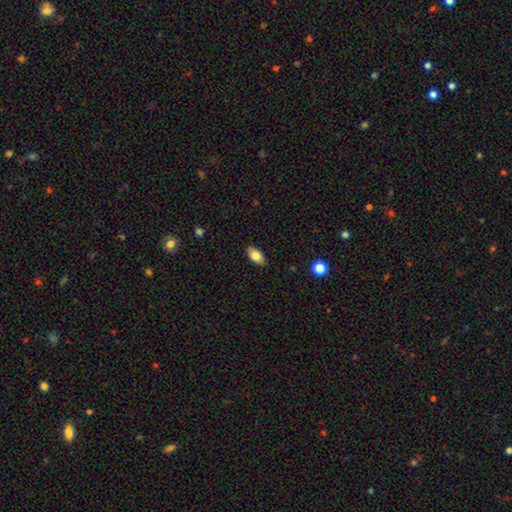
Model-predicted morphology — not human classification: Q: Smooth or featured?
A: smooth (78%); runner-up: featured or disk (14%)
Q: How rounded?
A: in between (90%); runner-up: cigar-shaped (5%)
Q: Merging?
A: none (87%); runner-up: minor disturbance (10%)